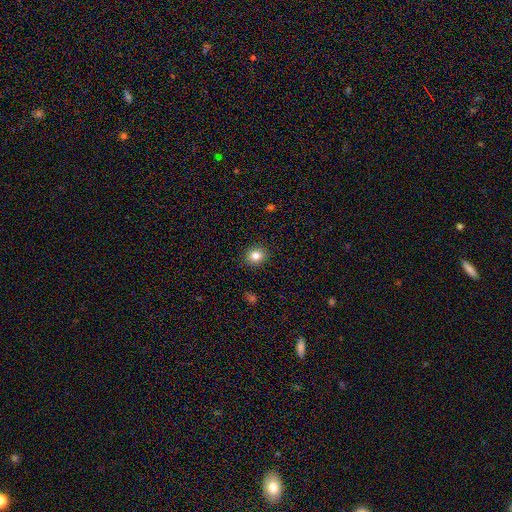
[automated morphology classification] Smooth or featured?
  - smooth: 82% *
  - star or artifact: 11%
  - featured or disk: 7%
How rounded?
  - round: 72% *
  - in between: 27%
  - cigar-shaped: 1%
Merging?
  - none: 91% *
  - minor disturbance: 7%
  - major disturbance: 2%
  - merger: 1%